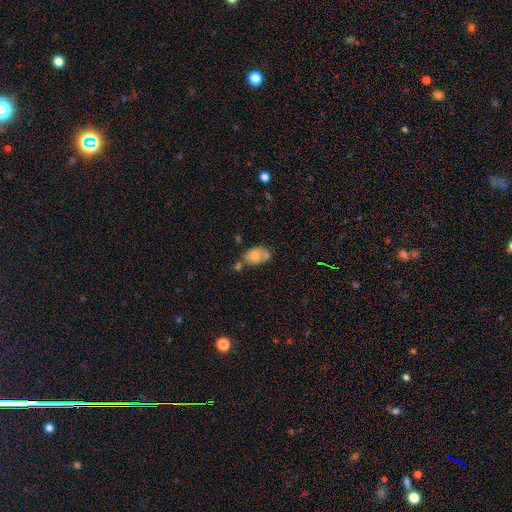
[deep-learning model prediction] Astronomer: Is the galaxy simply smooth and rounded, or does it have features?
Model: smooth — 60%.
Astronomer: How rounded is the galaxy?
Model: in between — 83%.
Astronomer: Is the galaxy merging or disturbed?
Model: none — 38% (runner-up: merger, 29%).